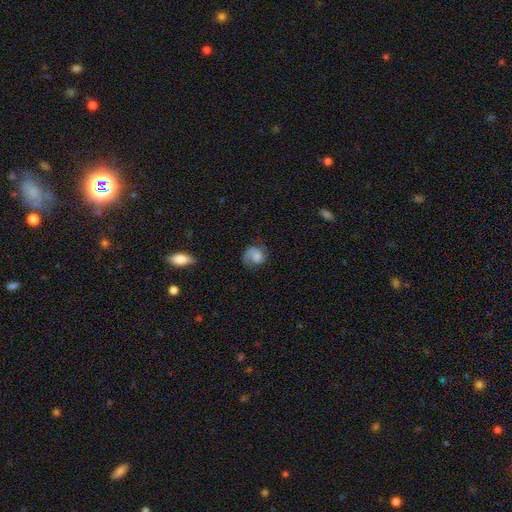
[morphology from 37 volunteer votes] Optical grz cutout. It shows a featured or disk galaxy (54%) with no bar (89%), 2 (65%) tight (41%) spiral arms (89%) and no central bulge (42%). Merging: none (54%).